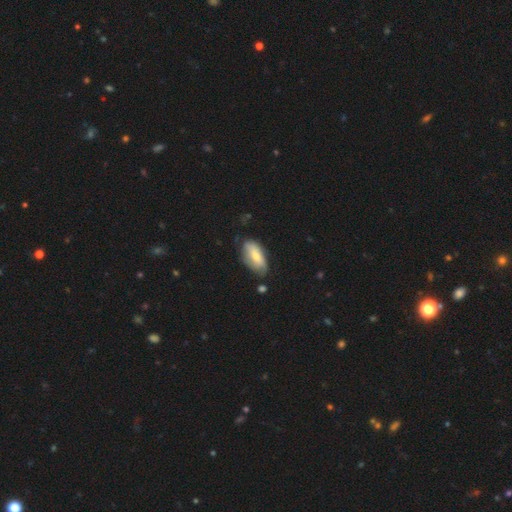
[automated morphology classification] A smooth galaxy with no disk features (61%) that is in between round and cigar-shaped (89%).

Vote fractions:
- Smooth or featured? smooth: 61% / featured or disk: 32% / star or artifact: 6%
- How rounded? in between: 89% / cigar-shaped: 8% / round: 3%
- Merging? none: 55% / minor disturbance: 33% / major disturbance: 9% / merger: 3%